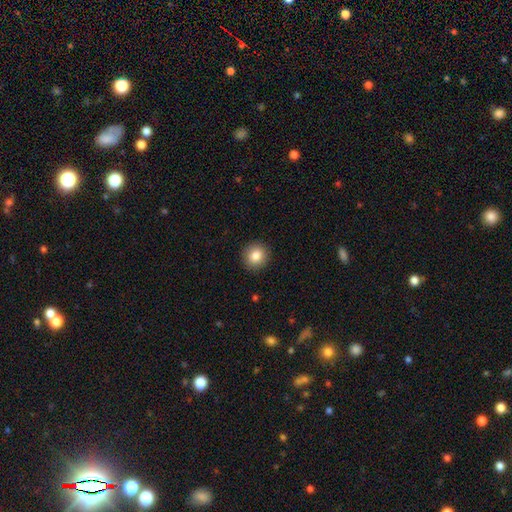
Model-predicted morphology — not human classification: Smooth or featured? smooth (84%)
How rounded? round (91%)
Merging? none (91%)